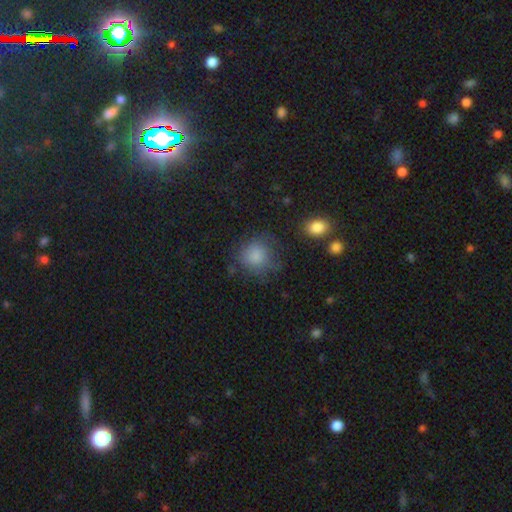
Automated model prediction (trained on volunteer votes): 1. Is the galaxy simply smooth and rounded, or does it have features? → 81% smooth, 10% star or artifact, 9% featured or disk.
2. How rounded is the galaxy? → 86% round, 13% in between, 1% cigar-shaped.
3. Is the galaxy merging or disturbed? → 65% none, 21% minor disturbance, 11% major disturbance, 3% merger.